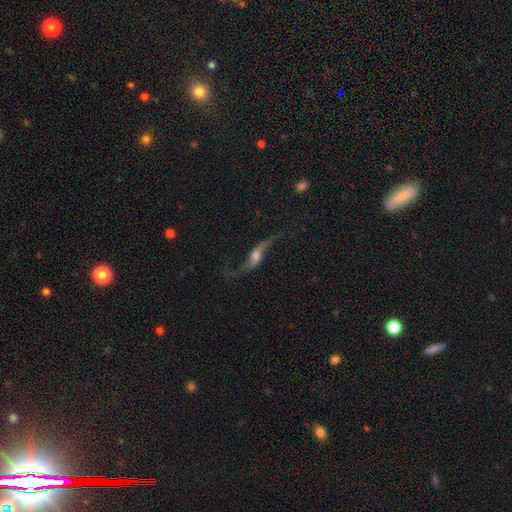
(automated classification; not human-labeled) A featured or disk galaxy (80%) with no bar (48%), 2 (93%) loose (93%) spiral arms (92%) and a moderate central bulge (54%). Merging: none (63%).